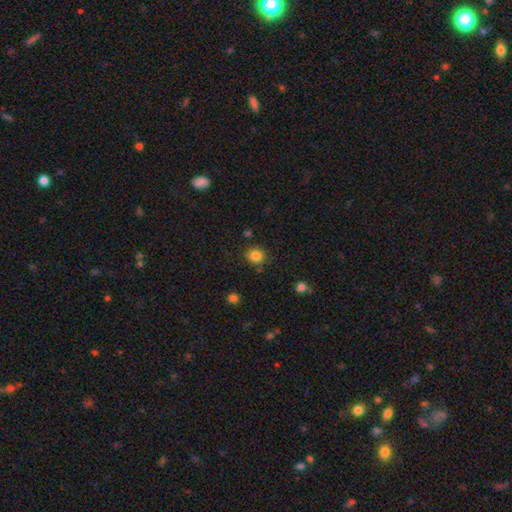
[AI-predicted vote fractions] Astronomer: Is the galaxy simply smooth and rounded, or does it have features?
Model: smooth — 83%.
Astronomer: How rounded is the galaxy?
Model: round — 83%.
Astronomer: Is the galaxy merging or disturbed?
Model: none — 84%.